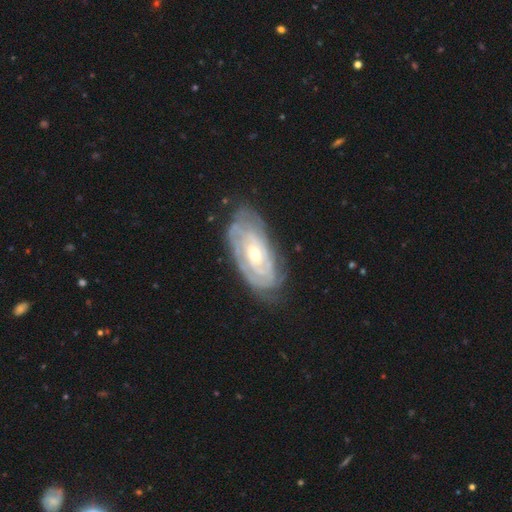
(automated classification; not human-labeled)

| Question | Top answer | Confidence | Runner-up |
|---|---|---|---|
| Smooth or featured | featured or disk | 83% | smooth (12%) |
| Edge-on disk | no | 92% | yes (8%) |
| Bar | no | 70% | weak (22%) |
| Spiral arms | yes | 88% | no (12%) |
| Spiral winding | tight | 81% | medium (15%) |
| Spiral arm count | can't tell | 55% | 2 (17%) |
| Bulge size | small | 50% | moderate (47%) |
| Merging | none | 74% | minor disturbance (18%) |